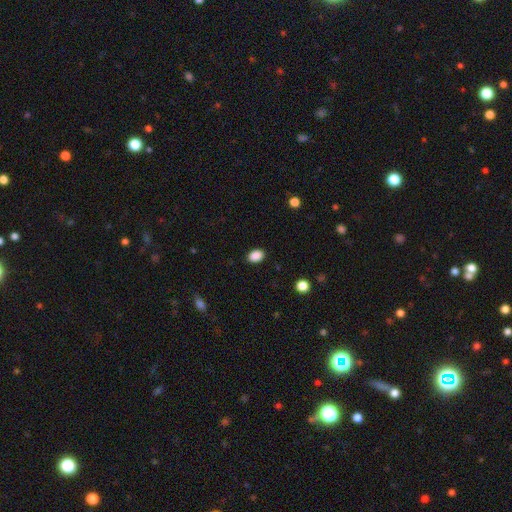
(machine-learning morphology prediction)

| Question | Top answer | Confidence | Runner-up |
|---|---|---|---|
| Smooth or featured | smooth | 89% | star or artifact (9%) |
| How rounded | in between | 79% | round (20%) |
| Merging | none | 88% | minor disturbance (9%) |